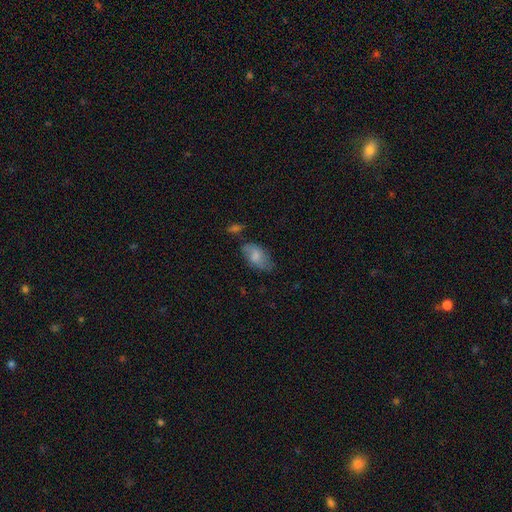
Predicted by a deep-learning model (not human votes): Smooth or featured? smooth (69%)
How rounded? in between (93%)
Merging? none (61%)